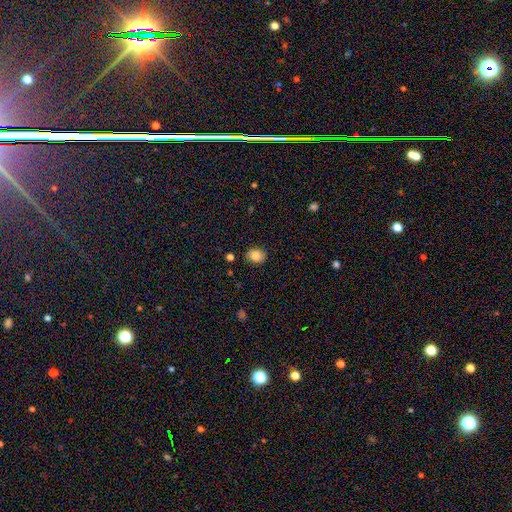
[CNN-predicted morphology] smooth 85%, star or artifact 9%, featured or disk 6%. Down the decision tree: how rounded — in between (50%); merging — none (85%).